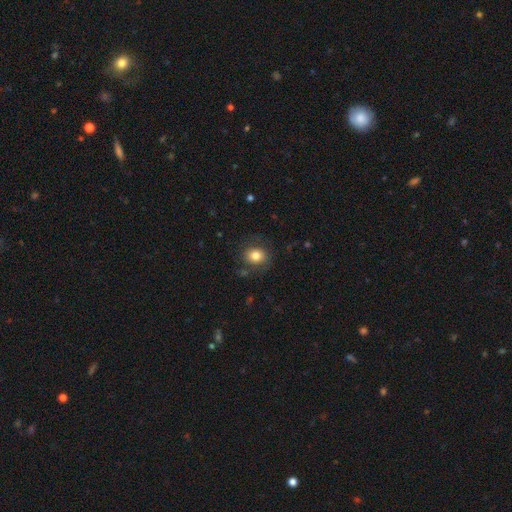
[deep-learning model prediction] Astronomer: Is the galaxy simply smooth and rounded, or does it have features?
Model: smooth — 79%.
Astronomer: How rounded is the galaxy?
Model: round — 67%.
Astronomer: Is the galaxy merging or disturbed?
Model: none — 80%.